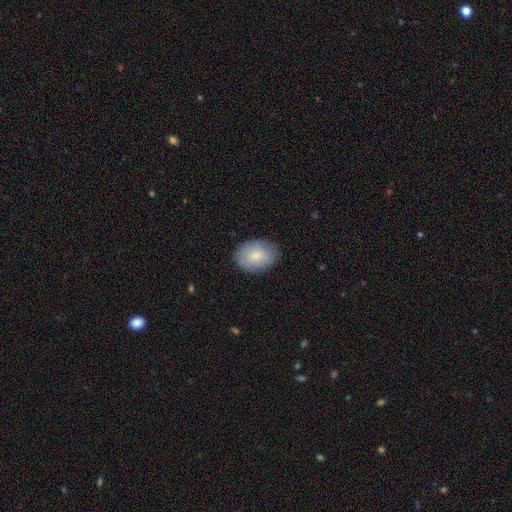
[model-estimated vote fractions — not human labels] Overall: smooth (80%). How rounded: in between (73%). Merging: none (83%).